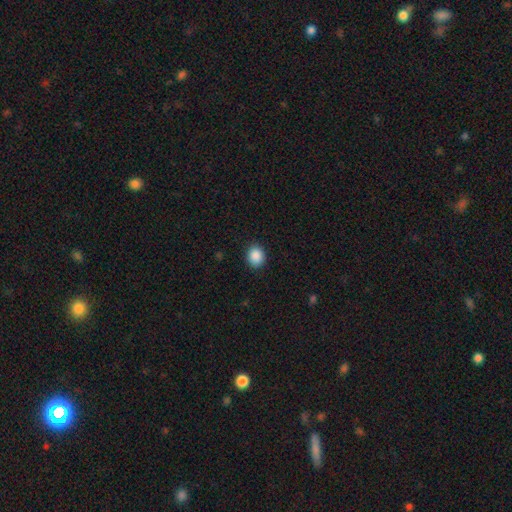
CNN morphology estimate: smooth 89%, star or artifact 8%, featured or disk 3%. Down the decision tree: how rounded — round (68%); merging — none (90%).